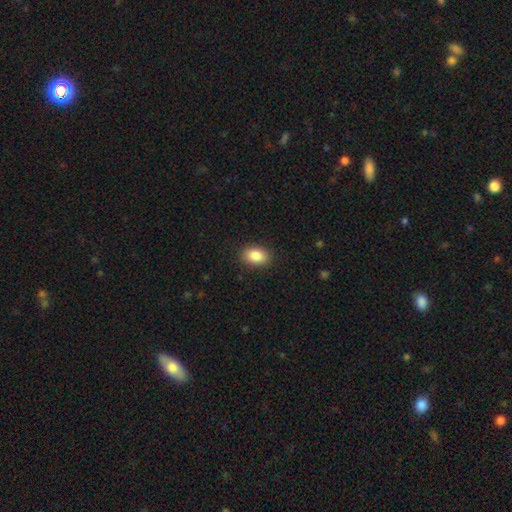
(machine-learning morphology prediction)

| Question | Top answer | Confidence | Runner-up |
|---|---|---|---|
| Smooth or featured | smooth | 87% | star or artifact (8%) |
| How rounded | in between | 87% | round (12%) |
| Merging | none | 88% | minor disturbance (8%) |